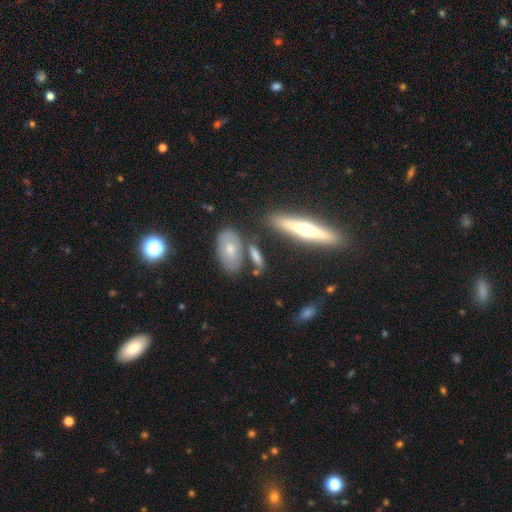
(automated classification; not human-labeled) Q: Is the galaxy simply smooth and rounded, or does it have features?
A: smooth — 61%.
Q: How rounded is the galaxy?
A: in between — 63%.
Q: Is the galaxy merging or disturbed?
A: none — 63%.